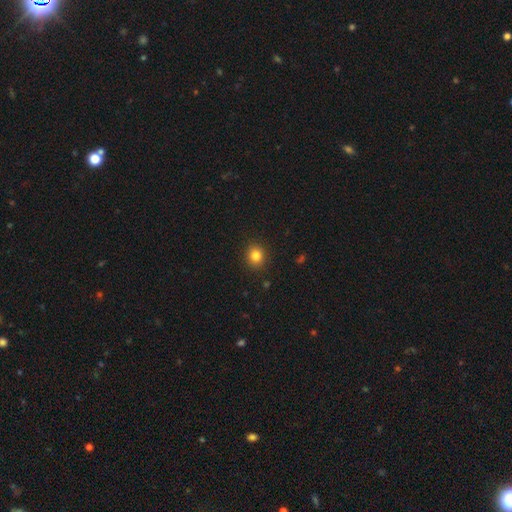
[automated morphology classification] smooth-or-featured: smooth: 83% | star or artifact: 12% | featured or disk: 5%
  how-rounded: round: 82% | in between: 17% | cigar-shaped: 1%
  merging: none: 91% | minor disturbance: 6% | major disturbance: 2% | merger: 1%